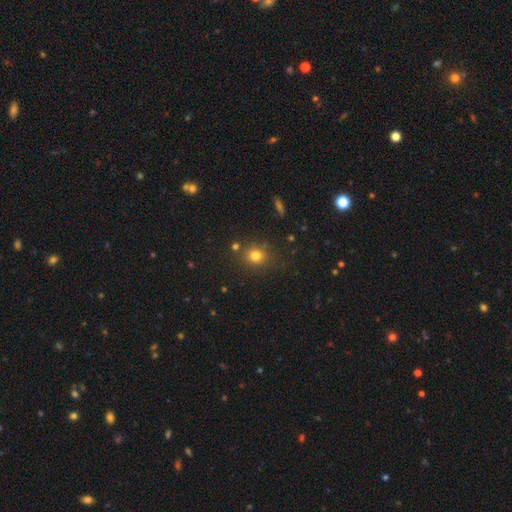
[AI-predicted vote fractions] Smooth or featured: smooth — 77% (star or artifact — 16%)
How rounded: round — 82% (in between — 17%)
Merging: none — 80% (minor disturbance — 10%)